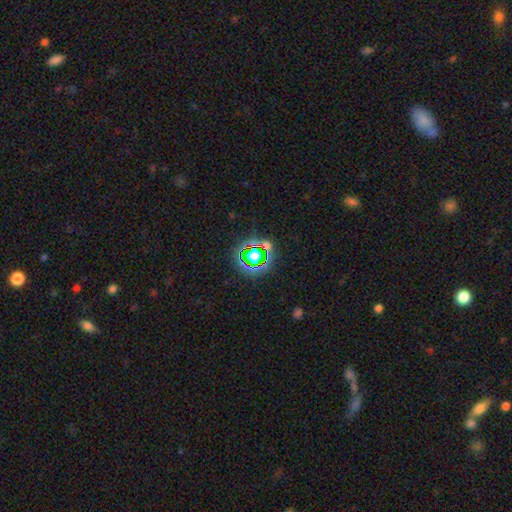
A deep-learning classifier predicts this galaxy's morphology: smooth-or-featured: star or artifact: 73% | smooth: 18% | featured or disk: 9%